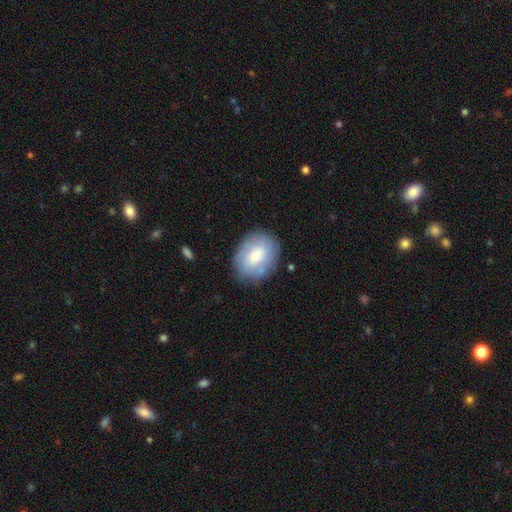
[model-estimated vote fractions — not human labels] Smooth or featured? smooth (57%)
How rounded? in between (67%)
Merging? none (80%)